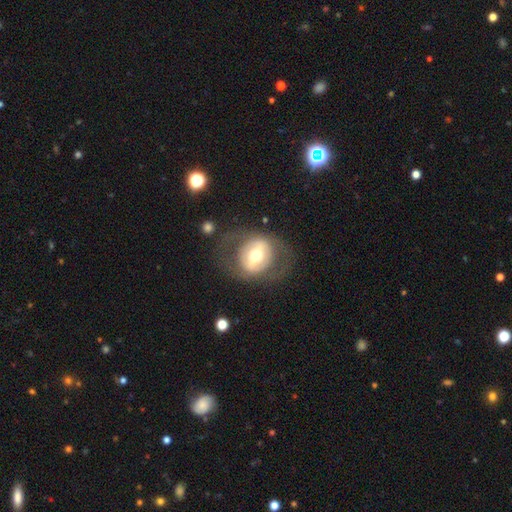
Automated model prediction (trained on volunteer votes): The model was most divided on "bar": strong: 46%, weak: 29%, no: 25%. More confident: edge-on disk — no (92%); spiral arms — no (76%); bulge size — moderate (68%); merging — none (68%); smooth or featured — featured or disk (60%).